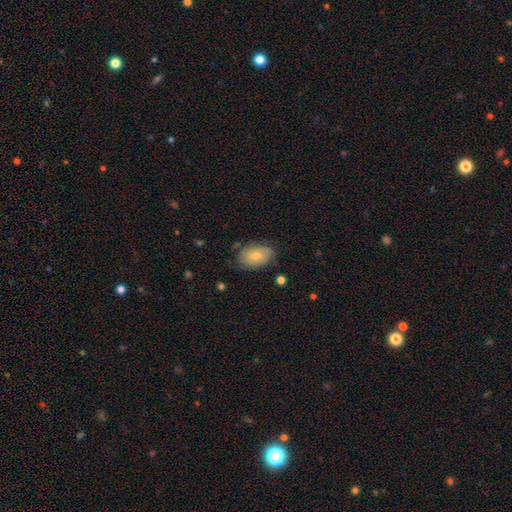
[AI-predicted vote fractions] smooth-or-featured: smooth: 68% | featured or disk: 25% | star or artifact: 7%
  how-rounded: in between: 87% | round: 12% | cigar-shaped: 1%
  merging: none: 71% | minor disturbance: 22% | major disturbance: 5% | merger: 2%